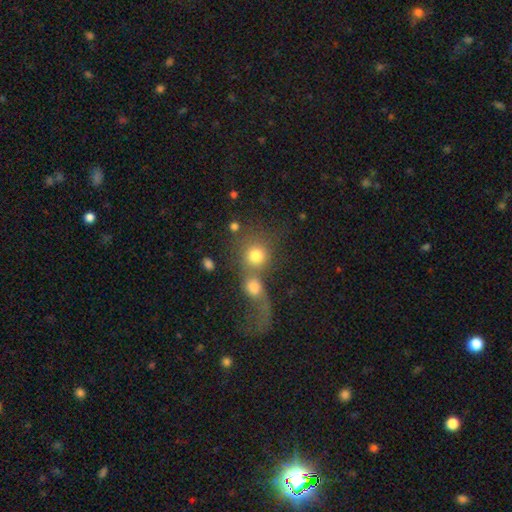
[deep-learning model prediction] Q: Smooth or featured?
A: smooth (73%); runner-up: featured or disk (16%)
Q: How rounded?
A: round (85%); runner-up: in between (14%)
Q: Merging?
A: merger (58%); runner-up: none (25%)